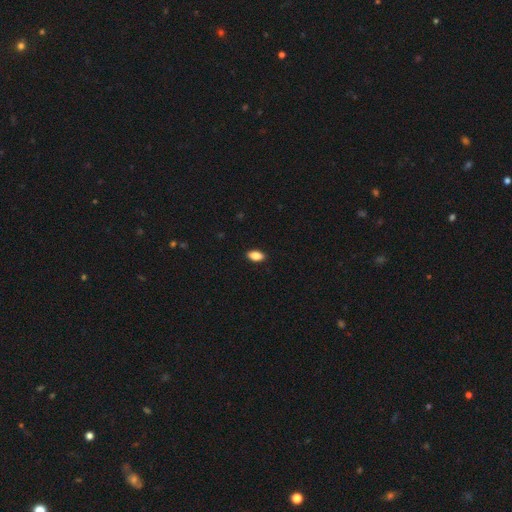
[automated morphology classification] Smooth or featured: smooth — 86% (star or artifact — 8%)
How rounded: in between — 90% (round — 5%)
Merging: none — 89% (minor disturbance — 8%)